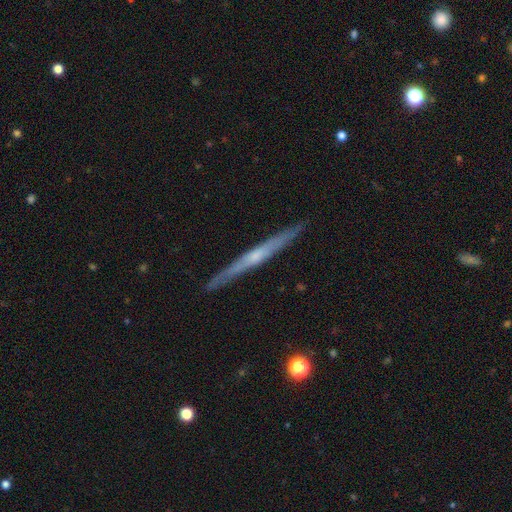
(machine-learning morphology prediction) A featured or disk galaxy (72%) viewed edge-on (98%) with a rounded central bulge (49%). Merging: none (91%).